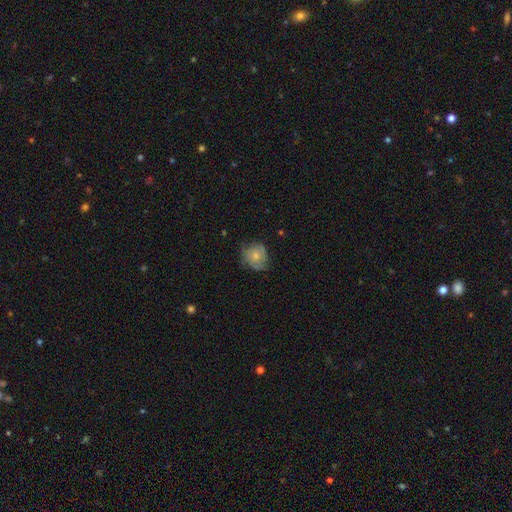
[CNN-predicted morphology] Overall: smooth (63%; featured or disk 29%). How rounded: round (75%). Merging: none (58%; minor disturbance 31%).